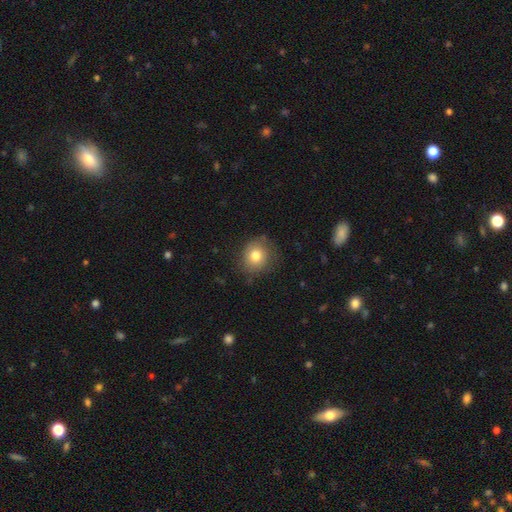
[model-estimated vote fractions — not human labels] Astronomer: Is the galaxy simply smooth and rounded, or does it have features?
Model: smooth — 78%.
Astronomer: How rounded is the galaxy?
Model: round — 80%.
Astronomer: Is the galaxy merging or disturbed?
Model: none — 80%.